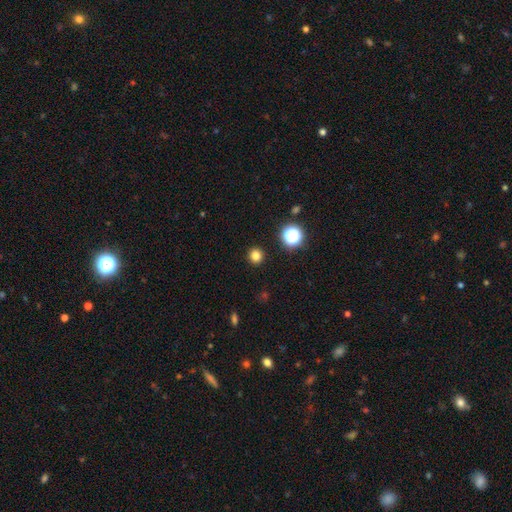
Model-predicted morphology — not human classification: The model was most divided on "smooth or featured": smooth: 80%, star or artifact: 15%, featured or disk: 4%. More confident: how rounded — round (93%); merging — none (92%).